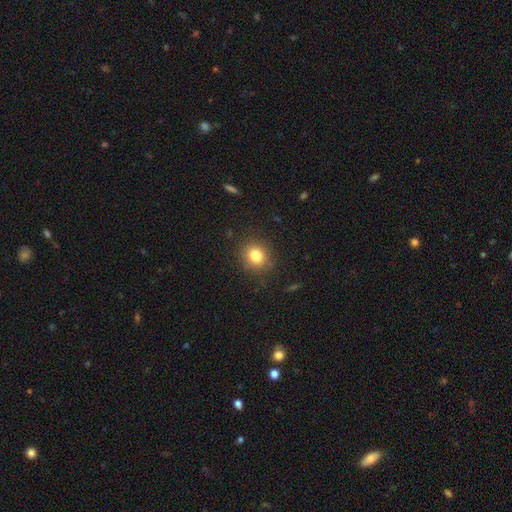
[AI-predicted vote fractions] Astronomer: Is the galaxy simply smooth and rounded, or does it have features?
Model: smooth — 81%.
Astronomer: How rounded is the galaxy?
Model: round — 78%.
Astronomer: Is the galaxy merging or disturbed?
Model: none — 86%.